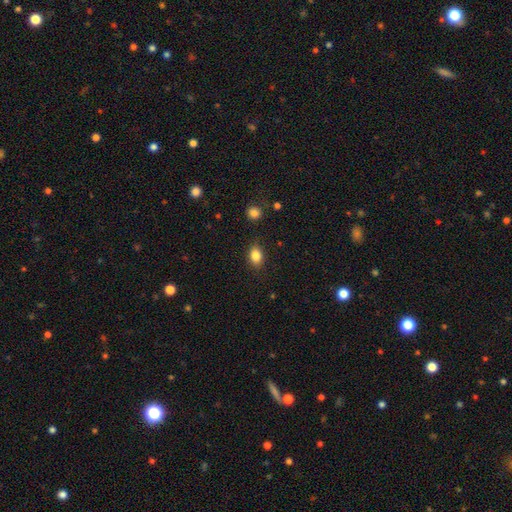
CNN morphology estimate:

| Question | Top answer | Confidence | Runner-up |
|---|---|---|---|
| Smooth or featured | smooth | 84% | star or artifact (10%) |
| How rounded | in between | 72% | round (26%) |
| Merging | none | 85% | minor disturbance (11%) |